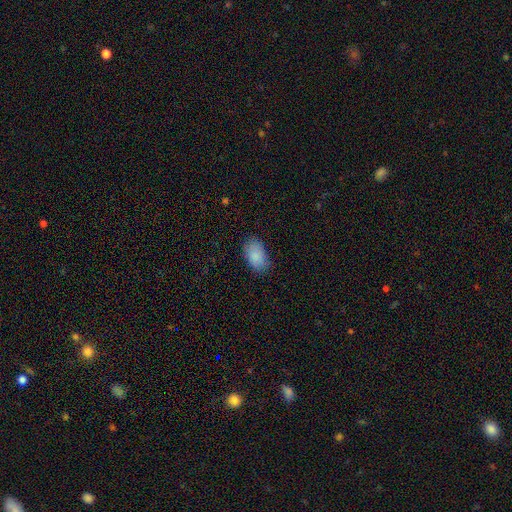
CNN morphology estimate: This appears to be a smooth galaxy with no disk features (87%) that is in between round and cigar-shaped (92%). Merging: none (78%).